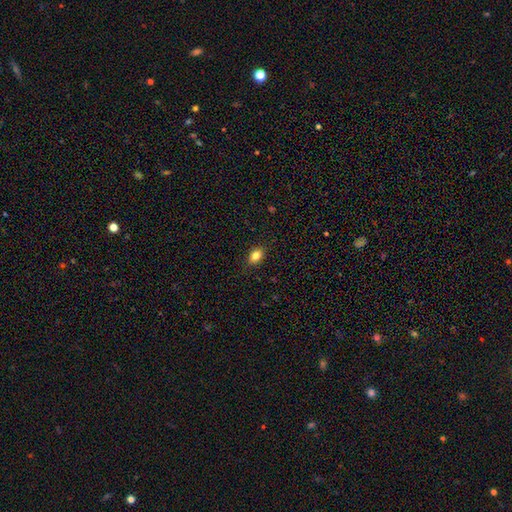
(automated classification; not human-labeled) A smooth galaxy with no disk features (83%) that is in between round and cigar-shaped (78%). Merging: none (88%).